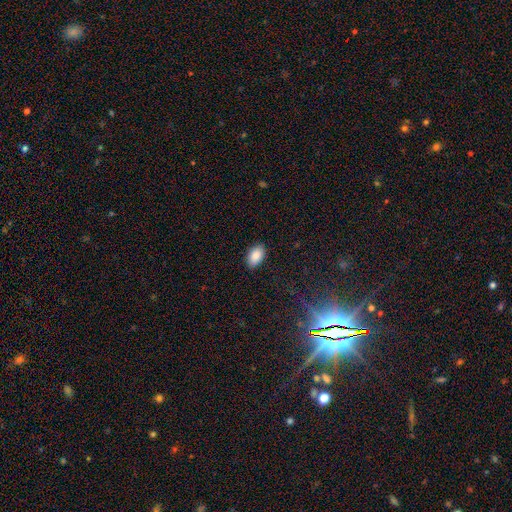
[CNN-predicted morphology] smooth_or_featured: smooth (p=0.87) [alt: star or artifact p=0.08]
how_rounded: in between (p=0.94) [alt: round p=0.05]
merging: none (p=0.88) [alt: minor disturbance p=0.09]